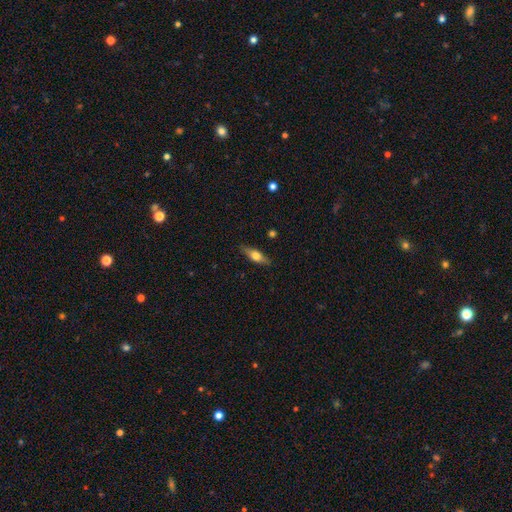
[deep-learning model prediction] The model was most divided on "how rounded" (2-way tie): cigar-shaped: 48%, in between: 48%, round: 3%. More confident: merging — none (86%); smooth or featured — smooth (56%).